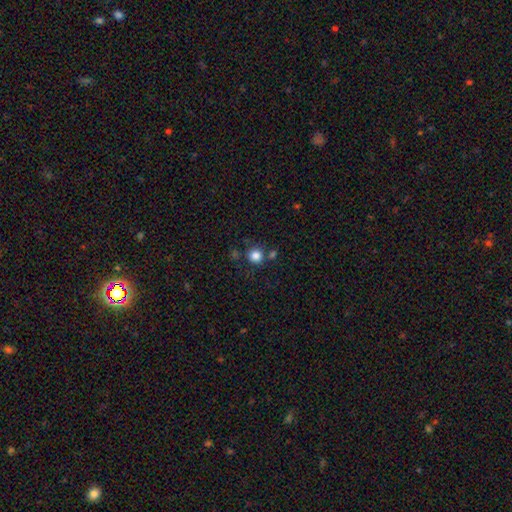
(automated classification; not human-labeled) A smooth galaxy with no disk features (84%) that is round (91%).

Vote fractions:
- Smooth or featured? smooth: 84% / star or artifact: 12% / featured or disk: 5%
- How rounded? round: 91% / in between: 8% / cigar-shaped: 1%
- Merging? none: 76% / merger: 11% / minor disturbance: 10% / major disturbance: 4%